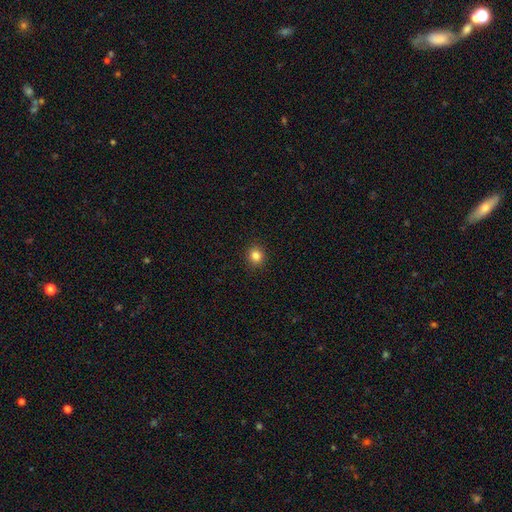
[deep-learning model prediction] smooth_or_featured: smooth (p=0.83) [alt: star or artifact p=0.12]
how_rounded: round (p=0.89) [alt: in between p=0.10]
merging: none (p=0.92) [alt: minor disturbance p=0.05]